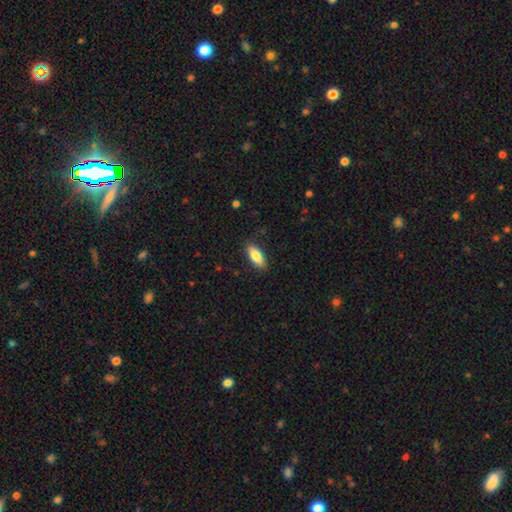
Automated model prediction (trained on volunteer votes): Q: Smooth or featured?
A: smooth (80%); runner-up: featured or disk (14%)
Q: How rounded?
A: in between (73%); runner-up: cigar-shaped (24%)
Q: Merging?
A: none (86%); runner-up: minor disturbance (10%)